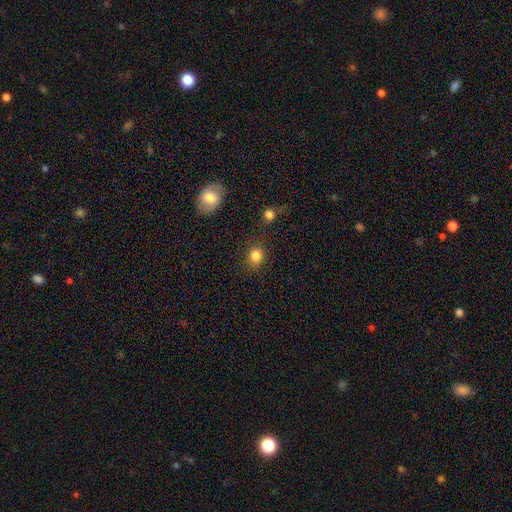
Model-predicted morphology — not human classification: This is clearly a smooth galaxy (84%). How rounded: likely round (71%). Merging: clearly none (82%).